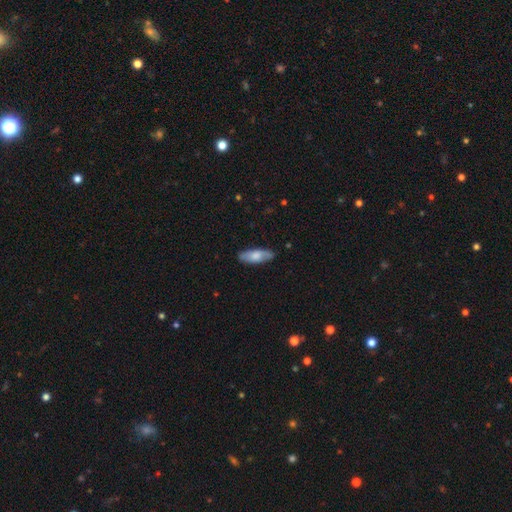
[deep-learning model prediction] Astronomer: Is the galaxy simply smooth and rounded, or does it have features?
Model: smooth — 65%.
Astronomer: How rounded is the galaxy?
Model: in between — 68%.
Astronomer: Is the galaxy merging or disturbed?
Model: none — 84%.